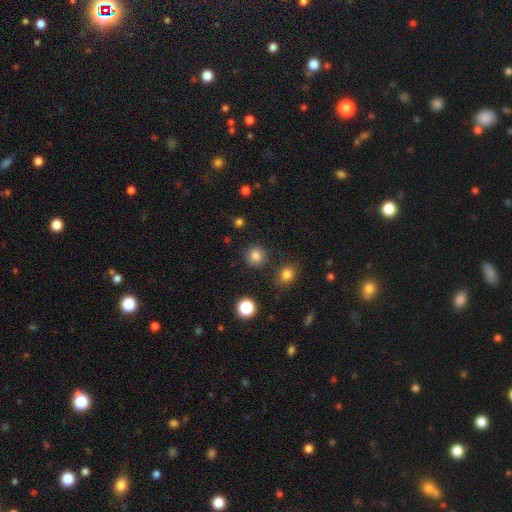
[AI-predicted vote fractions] smooth-or-featured: smooth: 83% | star or artifact: 12% | featured or disk: 5%
  how-rounded: round: 93% | in between: 6% | cigar-shaped: 1%
  merging: none: 89% | minor disturbance: 6% | merger: 3% | major disturbance: 2%